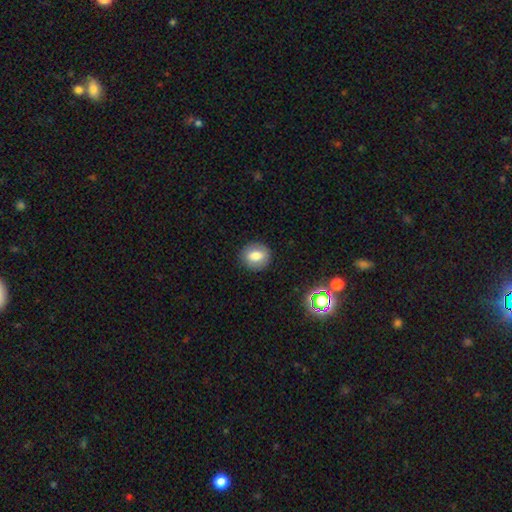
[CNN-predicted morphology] Smooth or featured?
  - smooth: 74% *
  - featured or disk: 15%
  - star or artifact: 10%
How rounded?
  - round: 72% *
  - in between: 27%
  - cigar-shaped: 1%
Merging?
  - none: 88% *
  - minor disturbance: 8%
  - major disturbance: 3%
  - merger: 1%